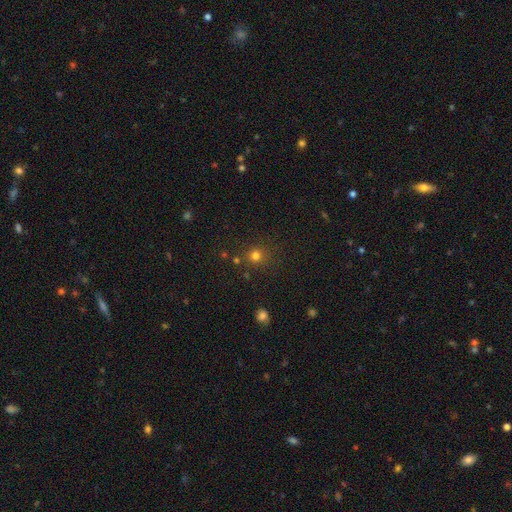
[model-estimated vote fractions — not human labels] This is likely a smooth galaxy (76%). How rounded: clearly round (89%). Merging: clearly none (82%).